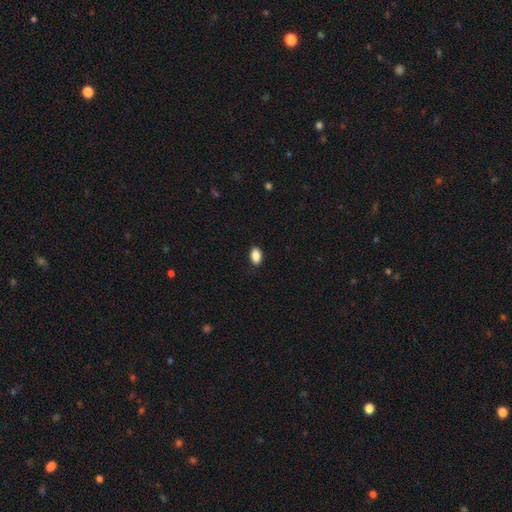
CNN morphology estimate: Smooth or featured? Predicted: smooth (p=0.89). How rounded? Predicted: in between (p=0.91). Merging? Predicted: none (p=0.88).